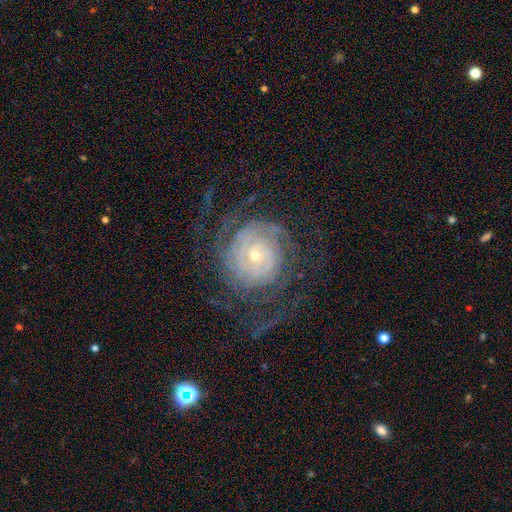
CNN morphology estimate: This is clearly a featured or disk galaxy (85%). It is clearly not viewed edge-on (97%). Bar: likely no (75%). Spiral arm pattern: clearly yes (95%). Spiral arm count: marginally can't tell (35%). Spiral winding: likely tight (75%). Central bulge: likely small (70%). Merging: likely none (67%).